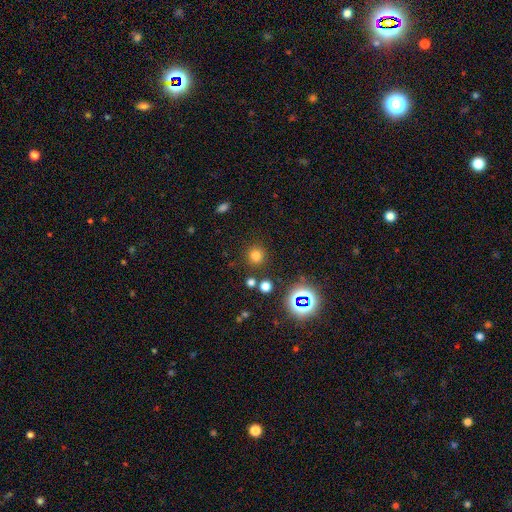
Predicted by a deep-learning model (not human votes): smooth-or-featured: smooth: 73% | star or artifact: 21% | featured or disk: 6%
  how-rounded: round: 92% | in between: 7% | cigar-shaped: 1%
  merging: none: 86% | minor disturbance: 6% | merger: 4% | major disturbance: 3%